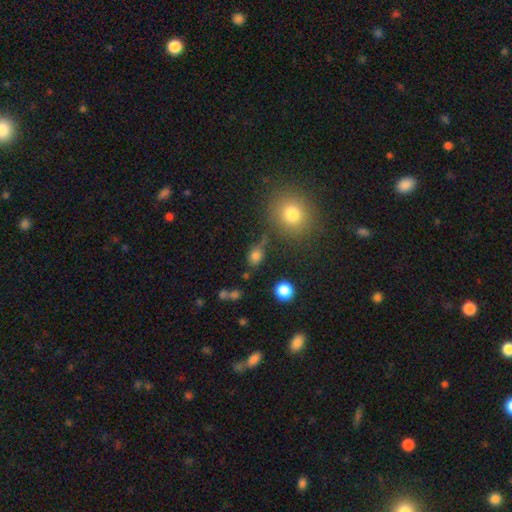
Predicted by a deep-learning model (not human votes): Smooth or featured?
  - smooth: 77% *
  - star or artifact: 15%
  - featured or disk: 8%
How rounded?
  - in between: 57% *
  - round: 40%
  - cigar-shaped: 3%
Merging?
  - none: 61% *
  - minor disturbance: 18%
  - merger: 12%
  - major disturbance: 9%